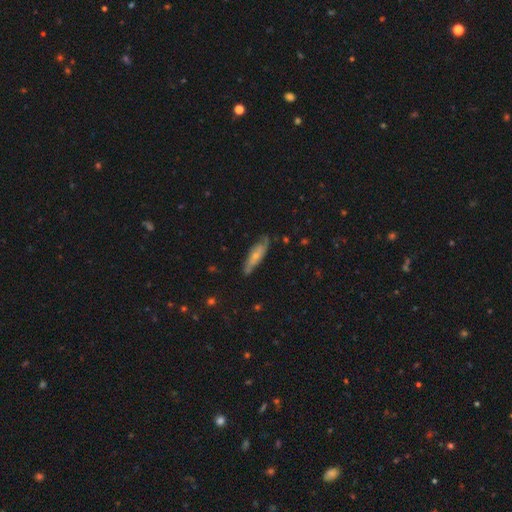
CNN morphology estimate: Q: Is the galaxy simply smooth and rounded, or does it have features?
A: featured or disk — 51%.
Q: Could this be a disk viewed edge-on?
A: no — 66%.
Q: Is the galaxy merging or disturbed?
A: none — 70%.